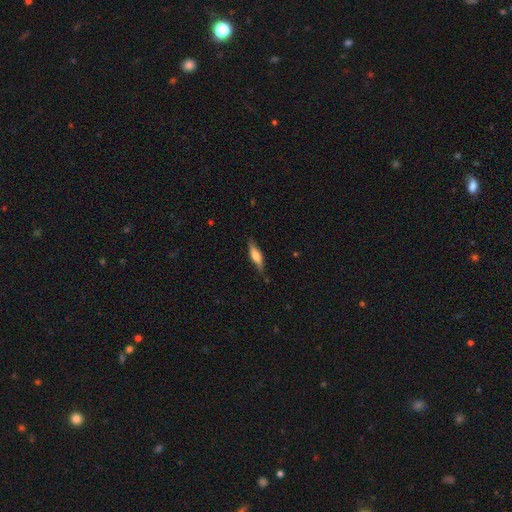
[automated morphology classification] Smooth or featured? Predicted: smooth (p=0.53). How rounded? Predicted: cigar-shaped (p=0.62). Merging? Predicted: none (p=0.80).